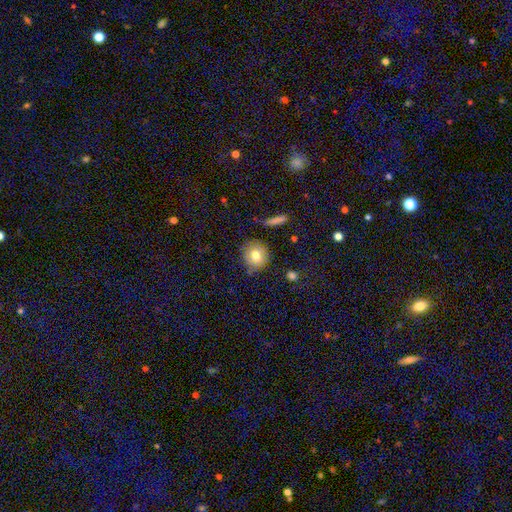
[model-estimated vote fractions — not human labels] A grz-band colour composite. It shows a smooth galaxy with no disk features (77%) that is round (89%). Merging: none (79%).